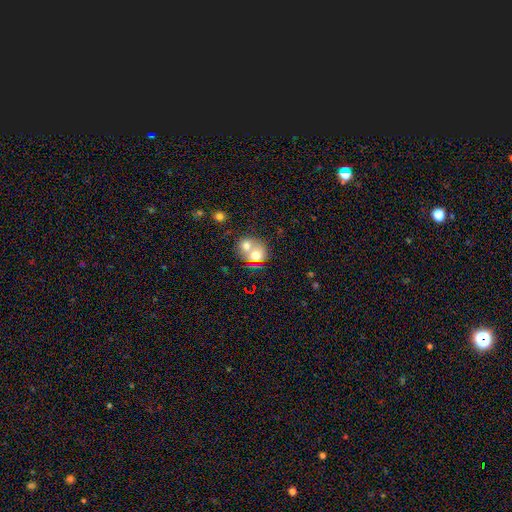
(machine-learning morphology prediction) smooth_or_featured: smooth (p=0.65) [alt: featured or disk p=0.24]
how_rounded: round (p=0.67) [alt: in between p=0.32]
merging: merger (p=0.68) [alt: none p=0.22]